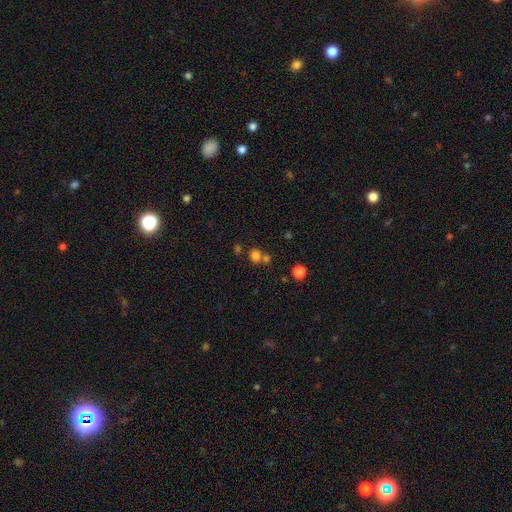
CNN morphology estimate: Overall: smooth (76%). How rounded: round (80%). Merging: none (56%; merger 32%).